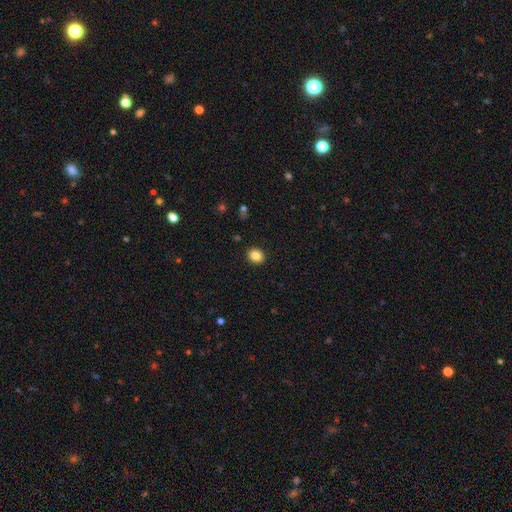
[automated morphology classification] Overall: smooth (85%). How rounded: round (62%; in between 38%). Merging: none (91%).